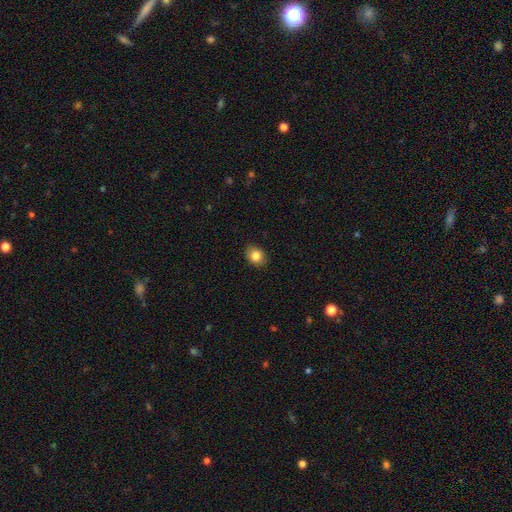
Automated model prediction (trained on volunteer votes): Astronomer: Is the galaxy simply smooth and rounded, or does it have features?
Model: smooth — 84%.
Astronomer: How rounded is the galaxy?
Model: round — 53% (runner-up: in between, 46%).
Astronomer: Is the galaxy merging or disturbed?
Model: none — 84%.